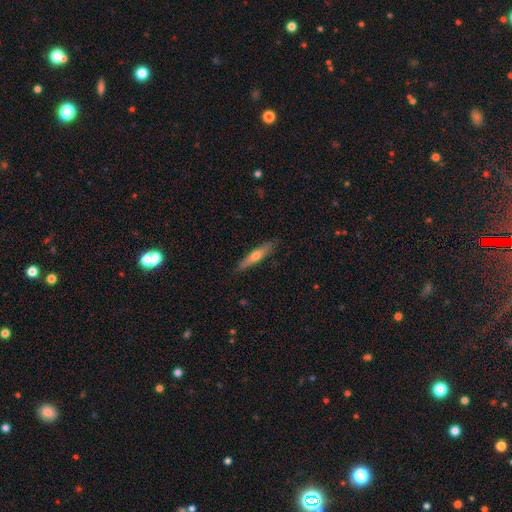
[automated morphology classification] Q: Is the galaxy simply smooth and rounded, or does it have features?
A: smooth — 48%.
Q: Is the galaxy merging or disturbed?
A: none — 87%.